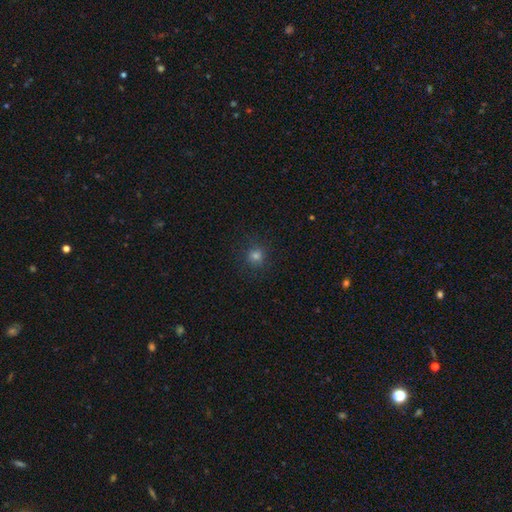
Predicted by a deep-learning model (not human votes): Overall: smooth (74%). How rounded: round (93%). Merging: none (89%).